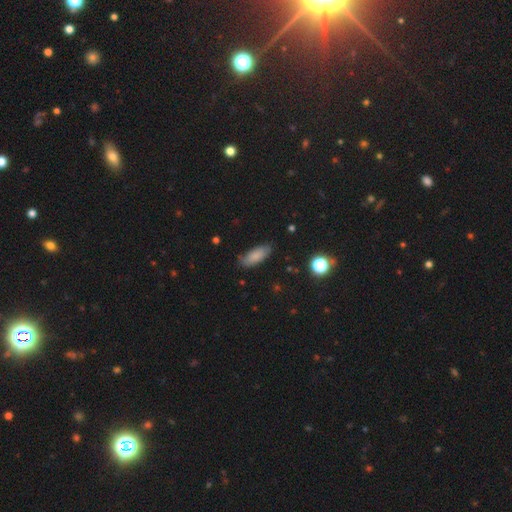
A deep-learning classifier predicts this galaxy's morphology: Smooth or featured? smooth (83%)
How rounded? in between (75%)
Merging? none (78%)